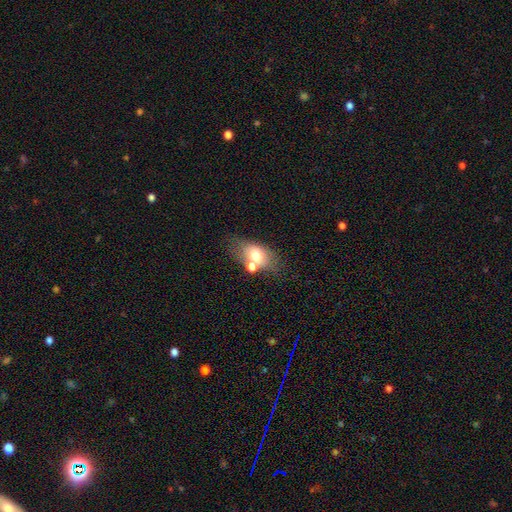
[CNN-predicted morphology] Smooth or featured: smooth — 67% (featured or disk — 24%)
How rounded: in between — 84% (round — 13%)
Merging: none — 51% (merger — 27%)